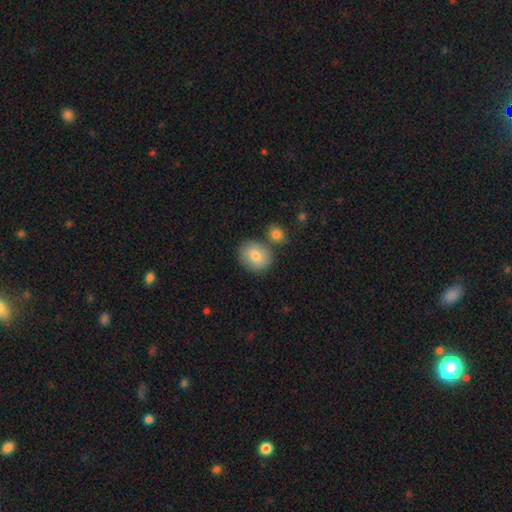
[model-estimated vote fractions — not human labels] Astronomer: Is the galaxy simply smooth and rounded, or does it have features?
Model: smooth — 78%.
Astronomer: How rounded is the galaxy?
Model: round — 71%.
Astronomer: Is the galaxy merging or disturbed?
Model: none — 68%.